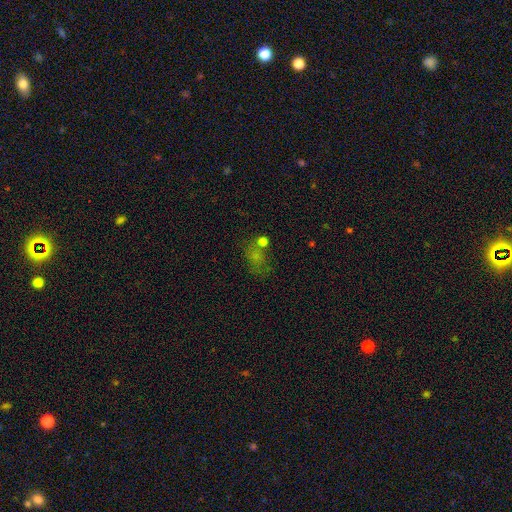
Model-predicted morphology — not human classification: Smooth or featured: smooth — 58% (star or artifact — 27%)
How rounded: in between — 59% (round — 39%)
Merging: none — 45% (minor disturbance — 19%)